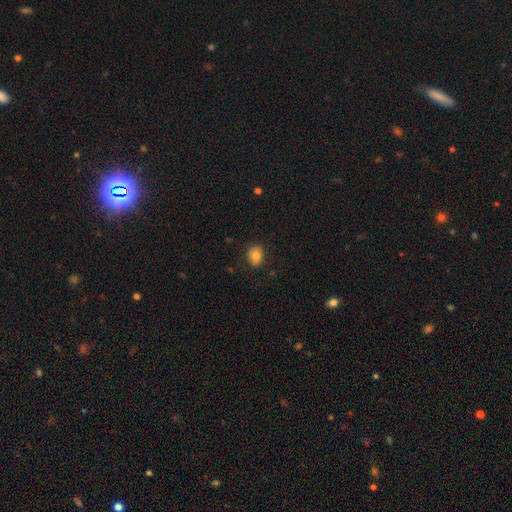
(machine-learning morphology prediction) Smooth or featured?
  - smooth: 80% *
  - featured or disk: 10%
  - star or artifact: 9%
How rounded?
  - in between: 56% *
  - round: 43%
  - cigar-shaped: 1%
Merging?
  - none: 84% *
  - minor disturbance: 12%
  - major disturbance: 3%
  - merger: 1%